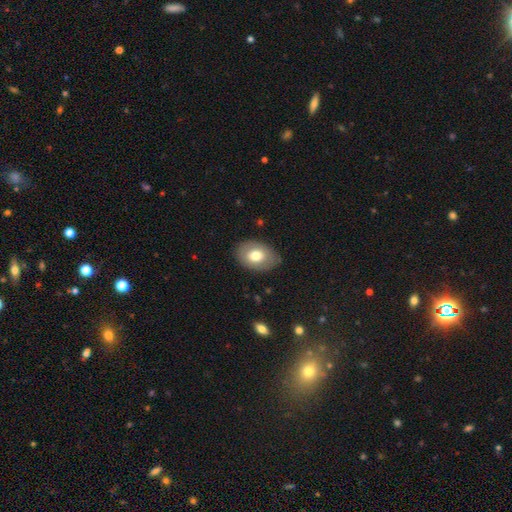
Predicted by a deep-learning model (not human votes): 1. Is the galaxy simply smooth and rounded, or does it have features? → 70% smooth, 23% featured or disk, 7% star or artifact.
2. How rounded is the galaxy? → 79% in between, 20% round, 1% cigar-shaped.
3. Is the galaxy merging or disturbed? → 83% none, 13% minor disturbance, 3% major disturbance, 1% merger.